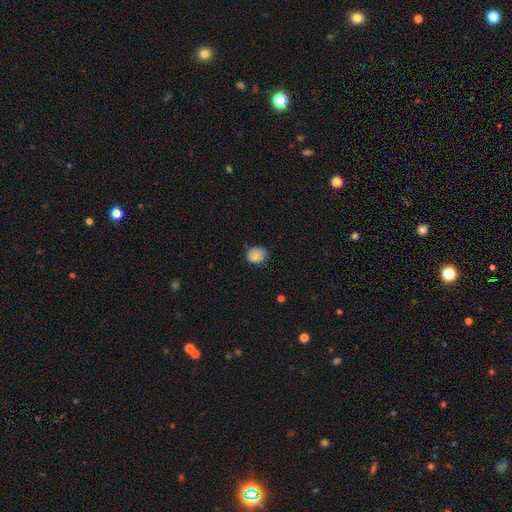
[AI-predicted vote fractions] smooth_or_featured: smooth (p=0.82) [alt: featured or disk p=0.10]
how_rounded: round (p=0.78) [alt: in between p=0.21]
merging: none (p=0.72) [alt: minor disturbance p=0.23]